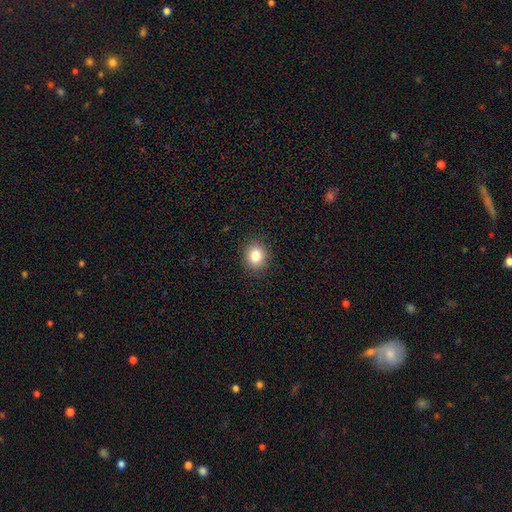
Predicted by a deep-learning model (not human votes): Overall: smooth (82%). How rounded: round (68%; in between 31%). Merging: none (90%).